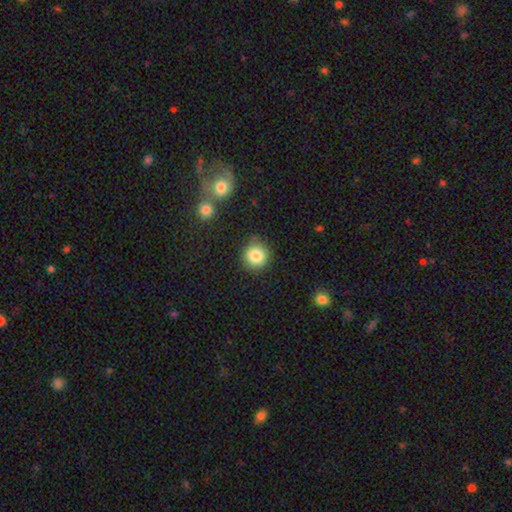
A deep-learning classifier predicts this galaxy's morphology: This is clearly a smooth galaxy (84%). How rounded: clearly round (92%). Merging: clearly none (83%).